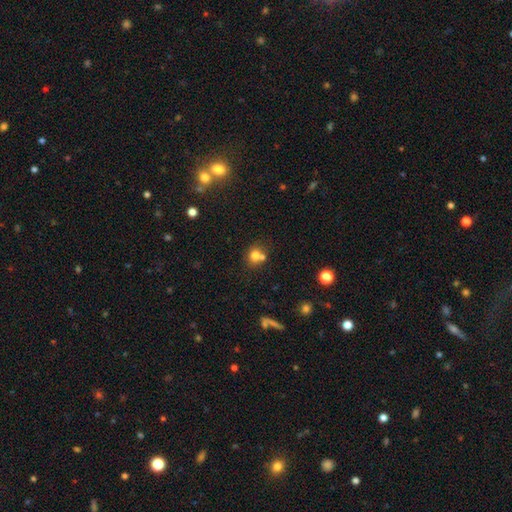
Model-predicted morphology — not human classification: smooth 74%, star or artifact 14%, featured or disk 12%. Down the decision tree: how rounded — round (78%); merging — none (51%).